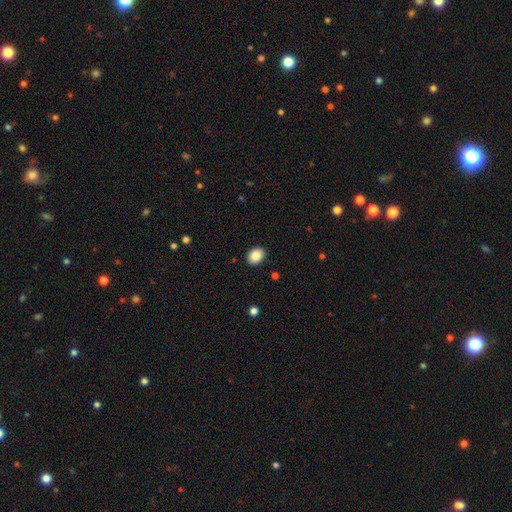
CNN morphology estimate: The model was most divided on "how rounded": in between: 58%, round: 41%, cigar-shaped: 1%. More confident: merging — none (90%); smooth or featured — smooth (86%).